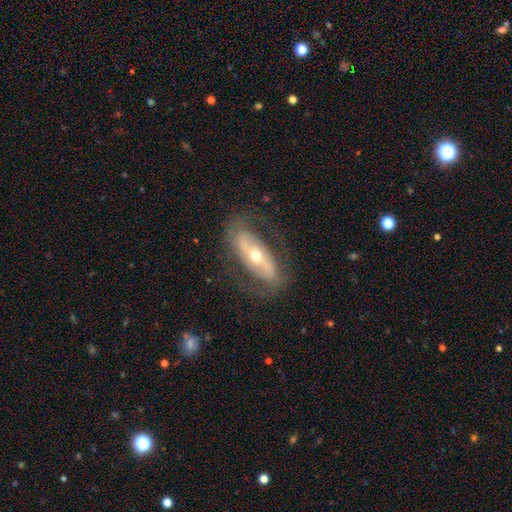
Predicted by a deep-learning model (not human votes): A featured or disk galaxy (75%) with a strong bar (43%), spiral arms (63%) and a moderate central bulge (59%). Merging: none (73%).